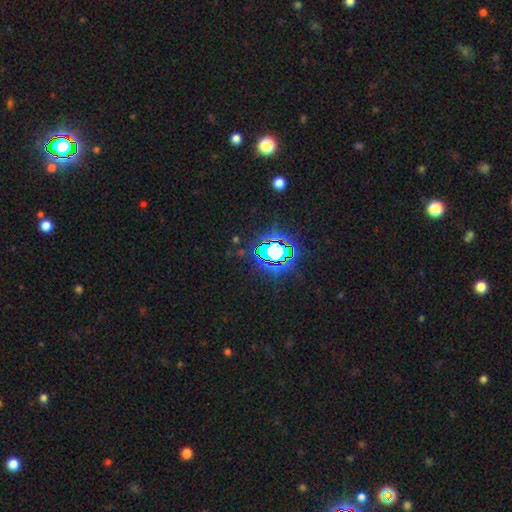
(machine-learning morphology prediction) This is clearly a star or artifact rather than a galaxy (83%).